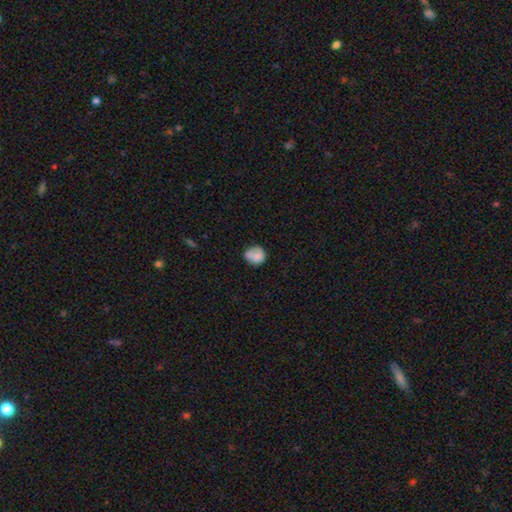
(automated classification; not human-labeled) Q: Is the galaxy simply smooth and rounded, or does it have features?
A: smooth — 74%.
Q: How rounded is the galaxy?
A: round — 79%.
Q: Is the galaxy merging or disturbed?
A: none — 50%.